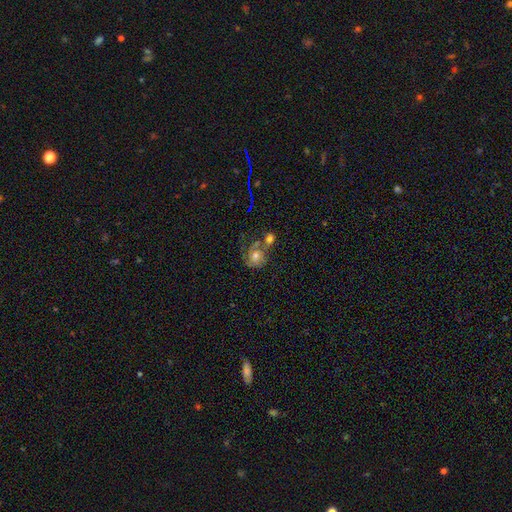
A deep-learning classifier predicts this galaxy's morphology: Smooth or featured: featured or disk — 56% (smooth — 30%)
Edge-on disk: no — 97% (yes — 3%)
Bar: no — 78% (weak — 18%)
Spiral arms: yes — 81% (no — 19%)
Bulge size: moderate — 67% (small — 21%)
Merging: none — 40% (merger — 32%)